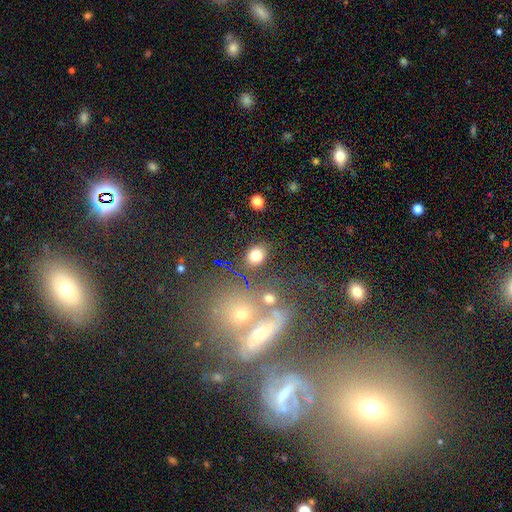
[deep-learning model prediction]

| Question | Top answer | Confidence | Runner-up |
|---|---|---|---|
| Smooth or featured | smooth | 79% | star or artifact (12%) |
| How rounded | in between | 59% | round (40%) |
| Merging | none | 78% | minor disturbance (11%) |